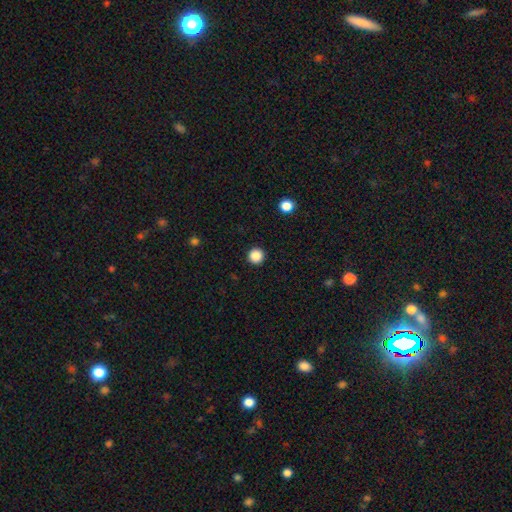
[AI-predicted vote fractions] smooth 87%, star or artifact 11%, featured or disk 3%. Down the decision tree: how rounded — round (96%); merging — none (93%).